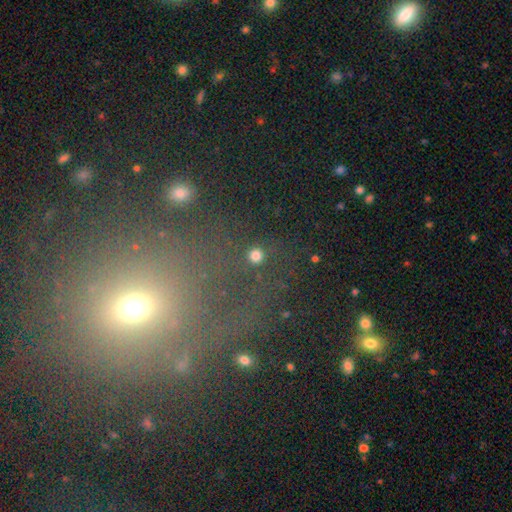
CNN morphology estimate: Q: Smooth or featured?
A: smooth (71%); runner-up: star or artifact (22%)
Q: How rounded?
A: round (94%); runner-up: in between (5%)
Q: Merging?
A: none (84%); runner-up: minor disturbance (7%)